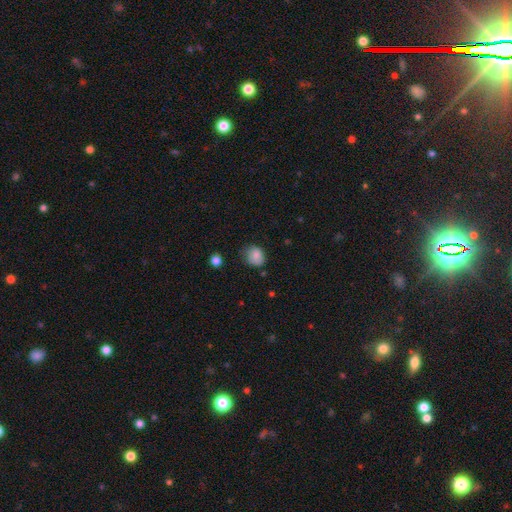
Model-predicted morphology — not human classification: This appears to be a smooth galaxy with no disk features (83%) that is round (61%). Merging: none (62%).